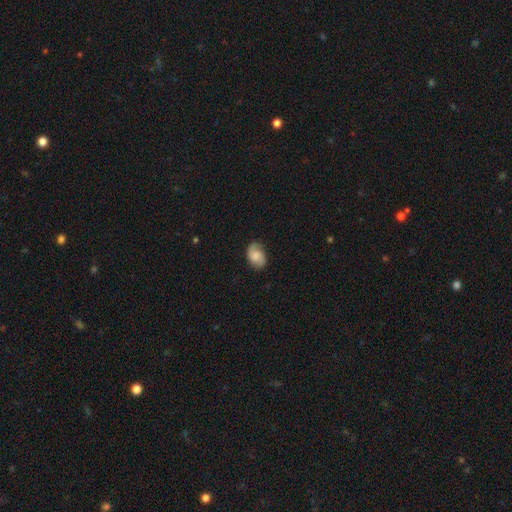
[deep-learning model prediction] A smooth galaxy with no disk features (50%) that is in between round and cigar-shaped (77%). Merging: none (72%).